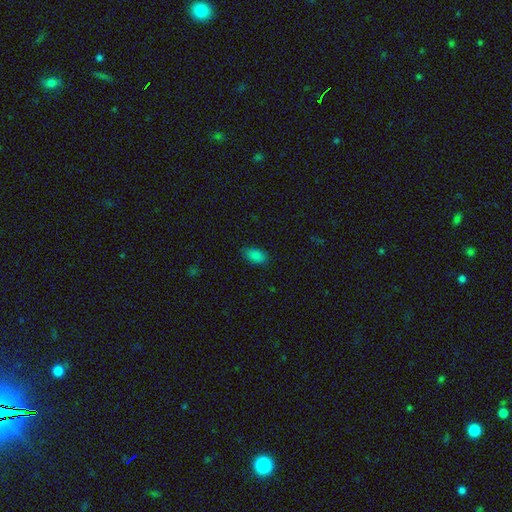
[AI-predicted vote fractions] smooth 85%, star or artifact 12%, featured or disk 4%. Down the decision tree: how rounded — in between (92%); merging — none (83%).